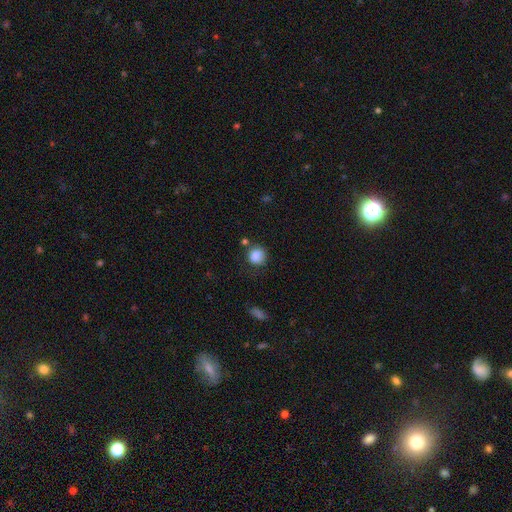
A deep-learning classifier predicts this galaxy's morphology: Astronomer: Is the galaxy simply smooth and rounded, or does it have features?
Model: smooth — 85%.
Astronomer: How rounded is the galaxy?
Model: round — 81%.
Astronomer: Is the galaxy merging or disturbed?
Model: none — 68%.